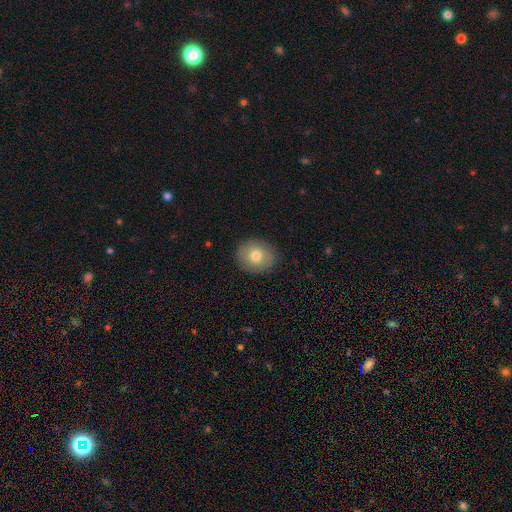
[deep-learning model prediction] Smooth or featured? smooth (74%)
How rounded? round (70%)
Merging? none (87%)